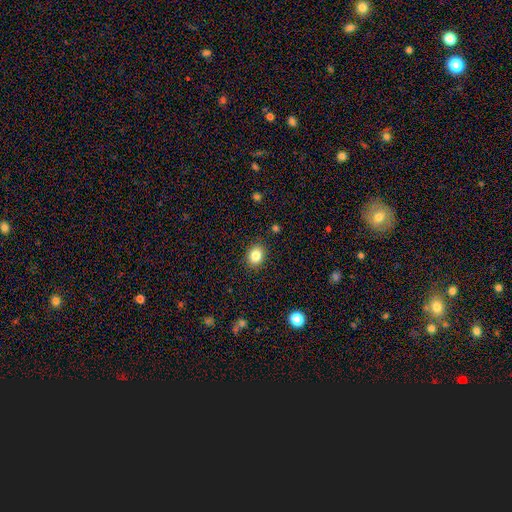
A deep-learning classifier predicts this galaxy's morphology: smooth_or_featured: smooth (p=0.84) [alt: star or artifact p=0.10]
how_rounded: round (p=0.53) [alt: in between p=0.46]
merging: none (p=0.88) [alt: minor disturbance p=0.09]